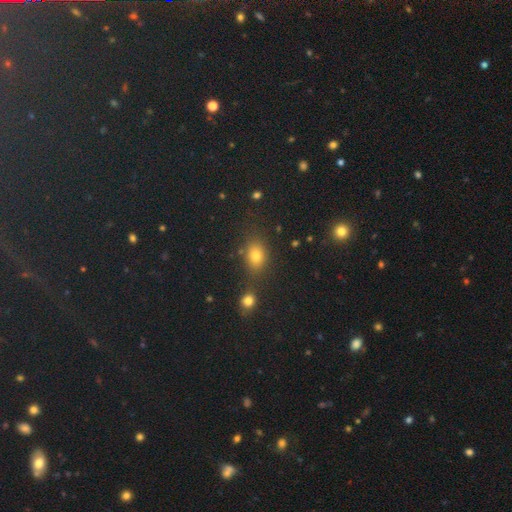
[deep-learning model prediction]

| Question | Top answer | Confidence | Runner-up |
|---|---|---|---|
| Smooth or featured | smooth | 67% | star or artifact (25%) |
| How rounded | in between | 62% | round (35%) |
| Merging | none | 72% | merger (12%) |